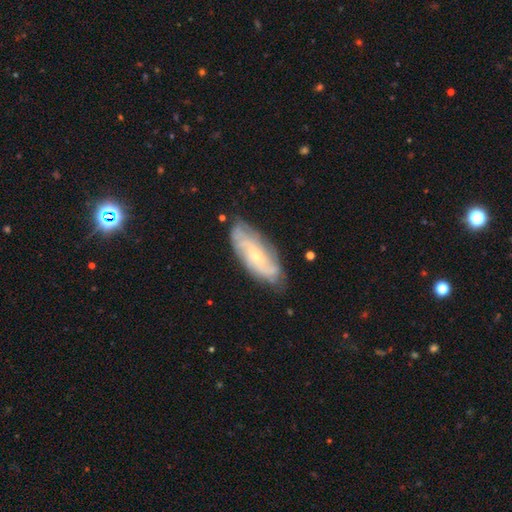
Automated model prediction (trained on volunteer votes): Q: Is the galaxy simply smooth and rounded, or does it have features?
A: featured or disk — 71%.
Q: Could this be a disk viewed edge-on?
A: no — 88%.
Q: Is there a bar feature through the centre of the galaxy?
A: no — 63%.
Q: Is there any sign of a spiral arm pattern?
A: yes — 89%.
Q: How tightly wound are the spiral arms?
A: tight — 44%.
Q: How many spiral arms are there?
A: can't tell — 40%.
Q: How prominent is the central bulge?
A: small — 71%.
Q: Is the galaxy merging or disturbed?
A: none — 76%.